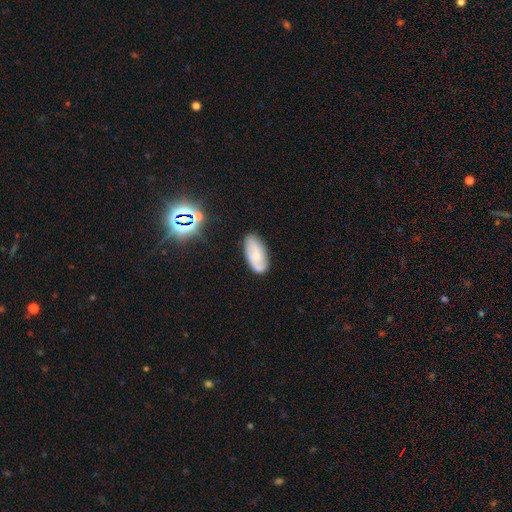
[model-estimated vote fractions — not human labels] Q: Smooth or featured?
A: featured or disk (48%); runner-up: smooth (44%)
Q: Merging?
A: none (78%); runner-up: minor disturbance (17%)